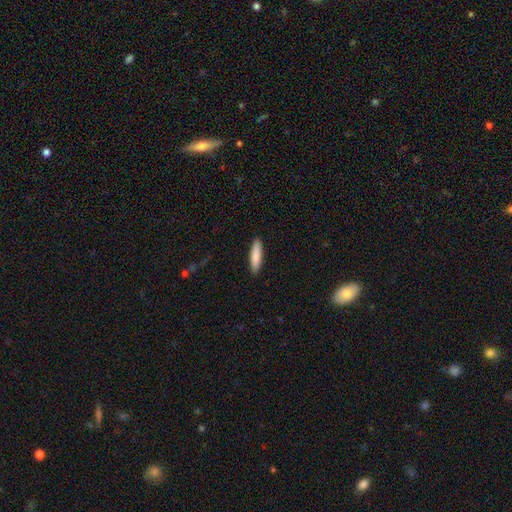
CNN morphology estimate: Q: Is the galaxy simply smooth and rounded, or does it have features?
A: smooth — 85%.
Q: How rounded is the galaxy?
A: cigar-shaped — 77%.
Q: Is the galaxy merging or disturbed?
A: none — 91%.